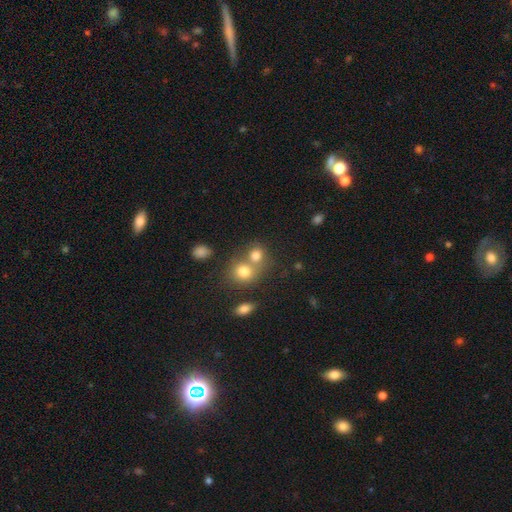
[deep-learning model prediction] Smooth or featured: smooth — 78% (star or artifact — 12%)
How rounded: round — 75% (in between — 24%)
Merging: merger — 49% (none — 40%)